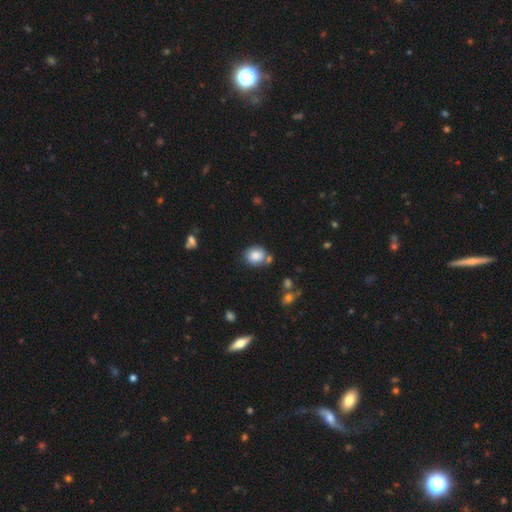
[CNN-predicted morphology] A smooth galaxy with no disk features (84%) that is round (61%). Merging: none (69%).